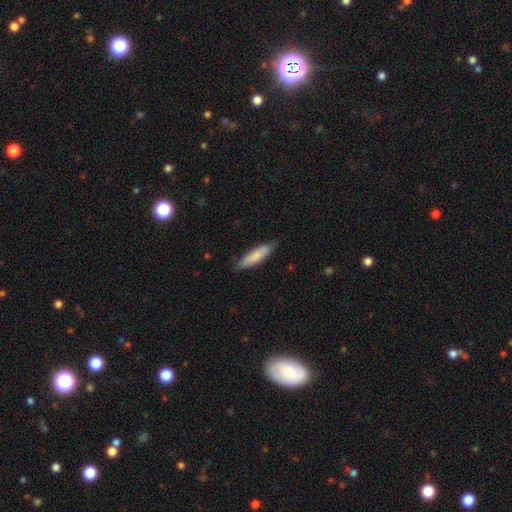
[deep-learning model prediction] This appears to be a smooth galaxy with no disk features (78%) that is cigar-shaped (71%). Merging: none (80%).